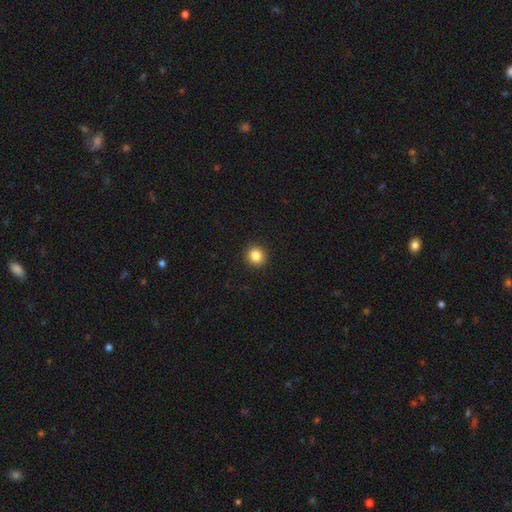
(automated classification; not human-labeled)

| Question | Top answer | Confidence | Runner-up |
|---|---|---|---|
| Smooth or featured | smooth | 85% | star or artifact (11%) |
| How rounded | round | 88% | in between (11%) |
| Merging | none | 92% | minor disturbance (5%) |